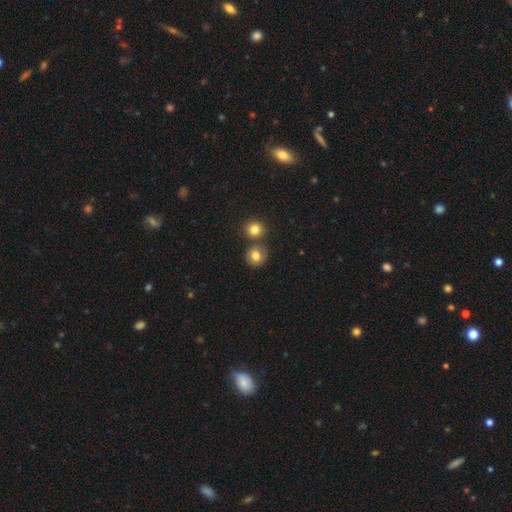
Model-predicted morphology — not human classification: smooth 80%, star or artifact 10%, featured or disk 10%. Down the decision tree: how rounded — round (83%); merging — none (68%).